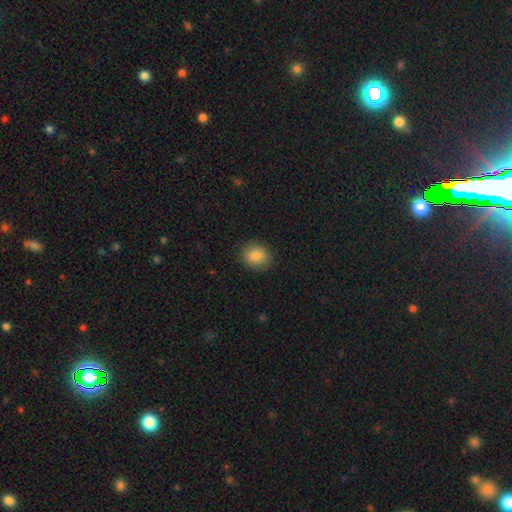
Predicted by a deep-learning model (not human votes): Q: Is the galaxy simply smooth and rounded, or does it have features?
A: smooth — 84%.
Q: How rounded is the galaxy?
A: round — 68%.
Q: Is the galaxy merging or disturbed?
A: none — 85%.